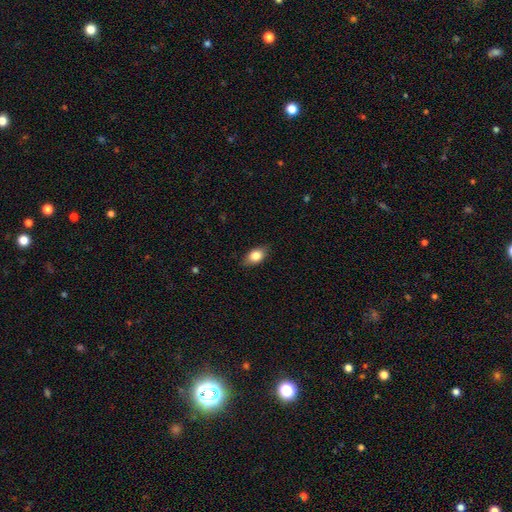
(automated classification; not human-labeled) Smooth or featured: smooth — 82% (featured or disk — 10%)
How rounded: in between — 86% (round — 10%)
Merging: none — 84% (minor disturbance — 13%)